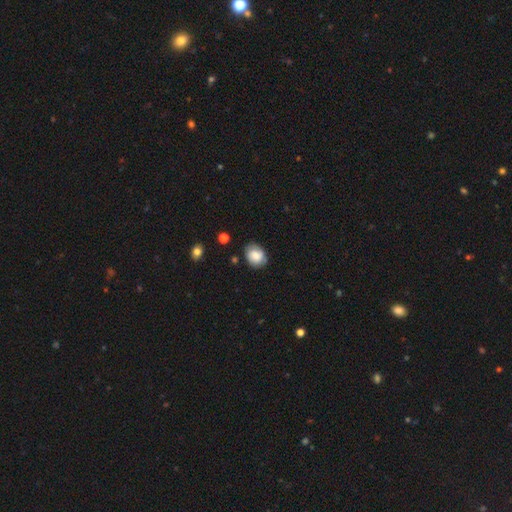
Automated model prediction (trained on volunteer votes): This appears to be a smooth galaxy with no disk features (77%) that is in between round and cigar-shaped (51%). Merging: none (75%).